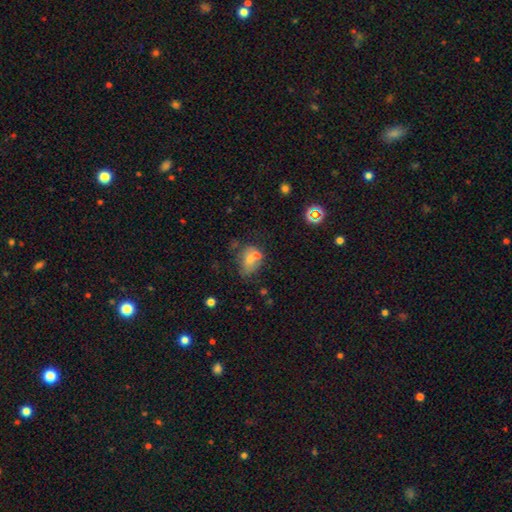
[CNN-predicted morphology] Overall: smooth (59%; featured or disk 29%). How rounded: in between (63%; round 36%). Merging: merger (44%; none 30%).